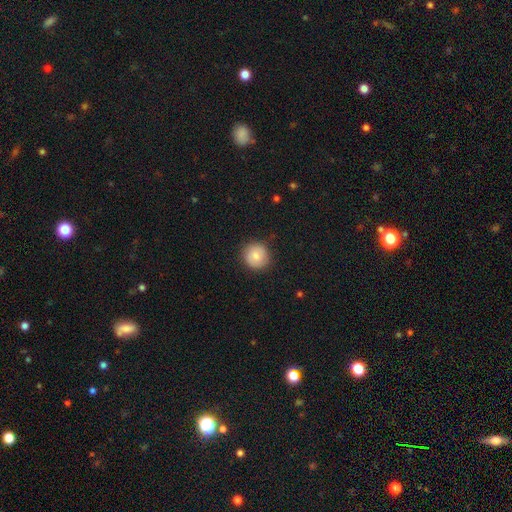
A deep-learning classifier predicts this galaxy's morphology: type=smooth (78%); roundness=round (94%); merging=none (88%).